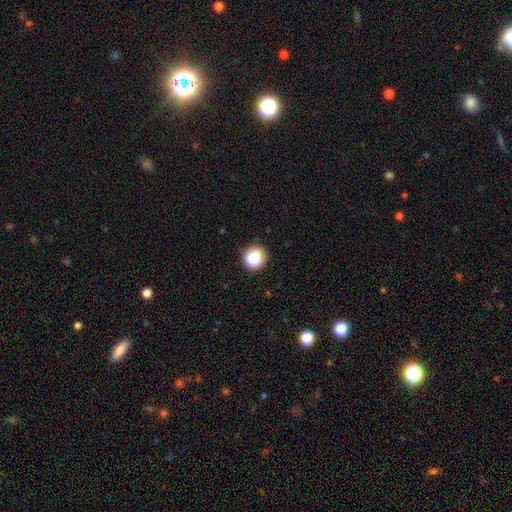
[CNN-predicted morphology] A smooth galaxy with no disk features (80%) that is round (82%). Merging: none (81%).